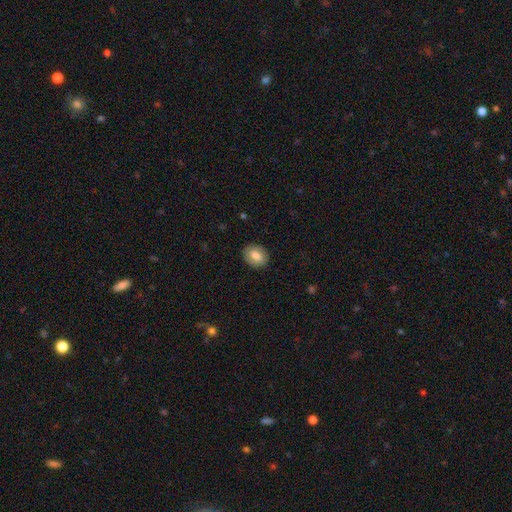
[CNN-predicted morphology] This is likely a smooth galaxy (77%). How rounded: likely in between (66%). Merging: clearly none (86%).